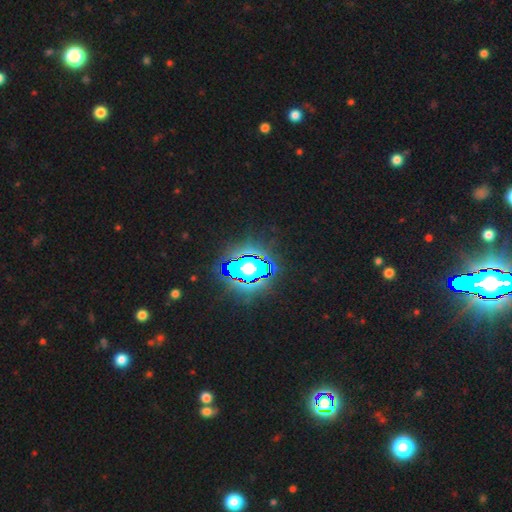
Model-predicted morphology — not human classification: This is likely a star or artifact rather than a galaxy (76%).